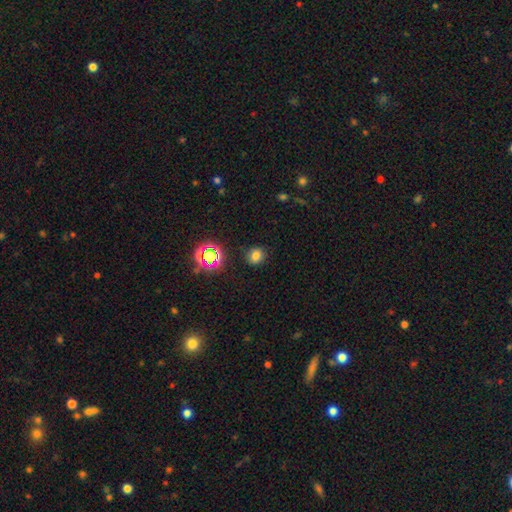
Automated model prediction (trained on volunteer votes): Smooth or featured? smooth (74%)
How rounded? round (76%)
Merging? none (86%)